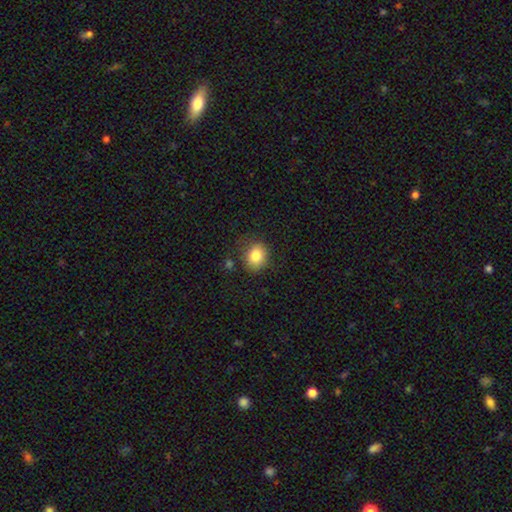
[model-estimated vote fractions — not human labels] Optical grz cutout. It shows a smooth galaxy with no disk features (82%) that is round (59%). Merging: none (78%).